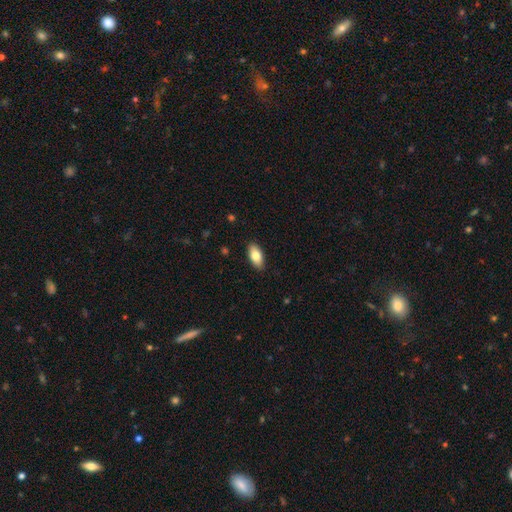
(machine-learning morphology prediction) This appears to be a smooth galaxy with no disk features (81%) that is in between round and cigar-shaped (91%). Merging: none (89%).